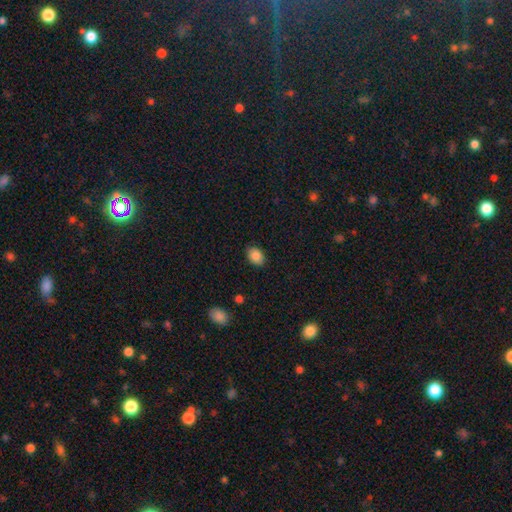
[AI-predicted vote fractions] Morphology: type=smooth (86%); roundness=in between (78%); merging=none (86%).